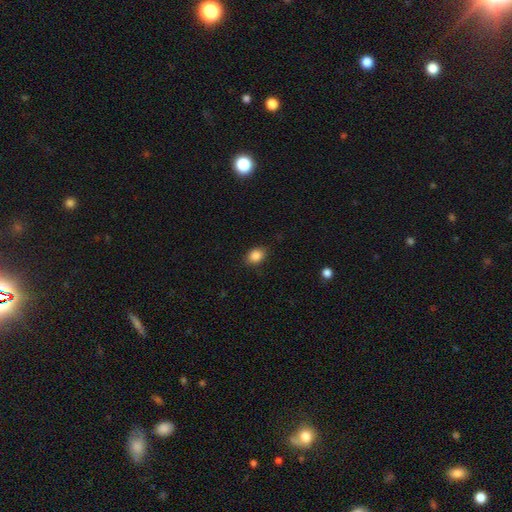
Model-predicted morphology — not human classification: The model was most divided on "how rounded": in between: 62%, round: 37%, cigar-shaped: 1%. More confident: smooth or featured — smooth (86%); merging — none (83%).